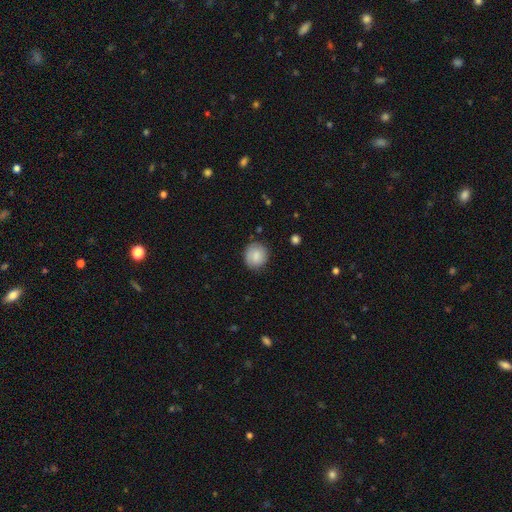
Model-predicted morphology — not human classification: This is likely a smooth galaxy (78%). How rounded: clearly round (83%). Merging: likely none (79%).